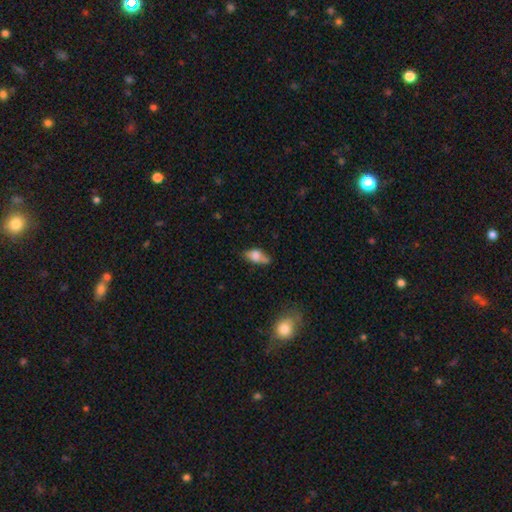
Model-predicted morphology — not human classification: smooth_or_featured: smooth (p=0.70) [alt: featured or disk p=0.21]
how_rounded: in between (p=0.83) [alt: cigar-shaped p=0.11]
merging: none (p=0.45) [alt: minor disturbance p=0.30]